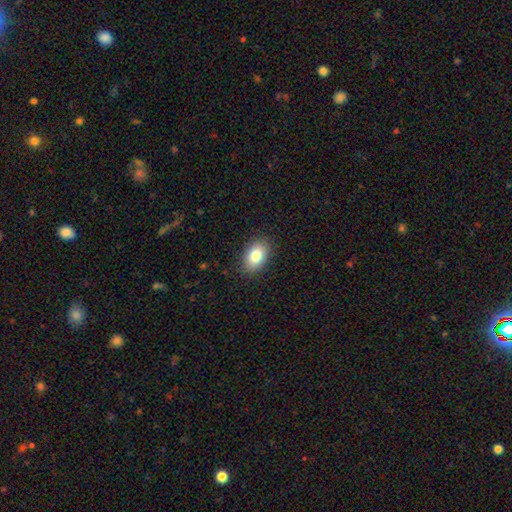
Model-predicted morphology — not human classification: smooth_or_featured: smooth (p=0.82) [alt: featured or disk p=0.10]
how_rounded: in between (p=0.87) [alt: round p=0.12]
merging: none (p=0.87) [alt: minor disturbance p=0.09]